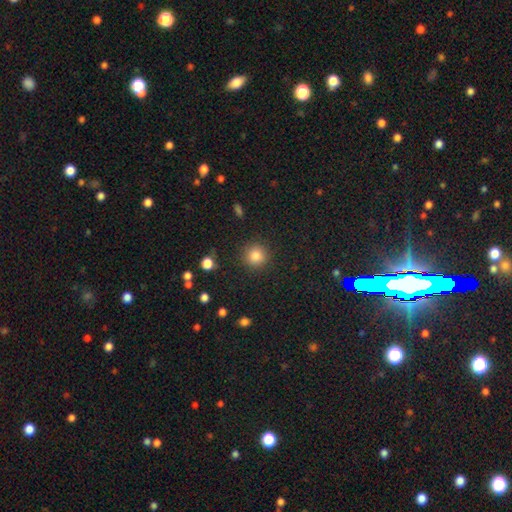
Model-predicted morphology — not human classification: This is clearly a smooth galaxy (84%). How rounded: clearly round (93%). Merging: clearly none (89%).